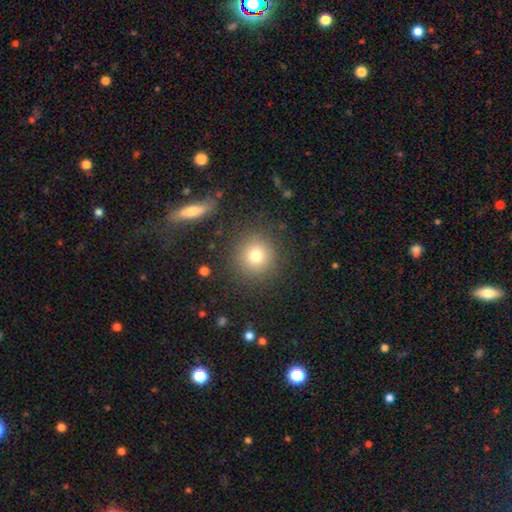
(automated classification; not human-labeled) smooth_or_featured: smooth (p=0.75) [alt: star or artifact p=0.14]
how_rounded: round (p=0.94) [alt: in between p=0.05]
merging: none (p=0.87) [alt: minor disturbance p=0.07]